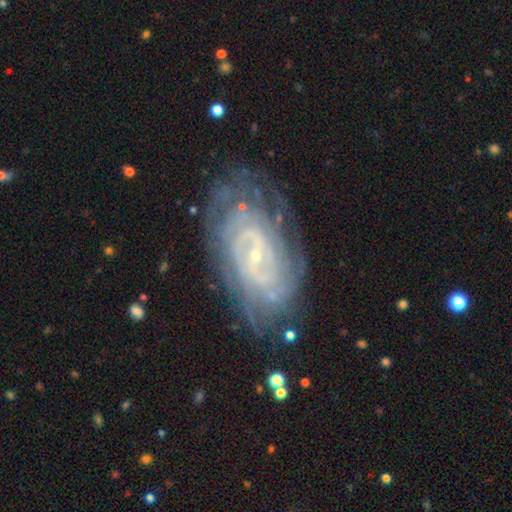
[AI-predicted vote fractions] Smooth or featured? Predicted: featured or disk (p=0.87). Edge-on disk? Predicted: no (p=0.96). Bar? Predicted: weak (p=0.44). Spiral arms? Predicted: yes (p=0.96). Spiral winding? Predicted: tight (p=0.72). Spiral arm count? Predicted: can't tell (p=0.31). Bulge size? Predicted: small (p=0.83). Merging? Predicted: none (p=0.74).